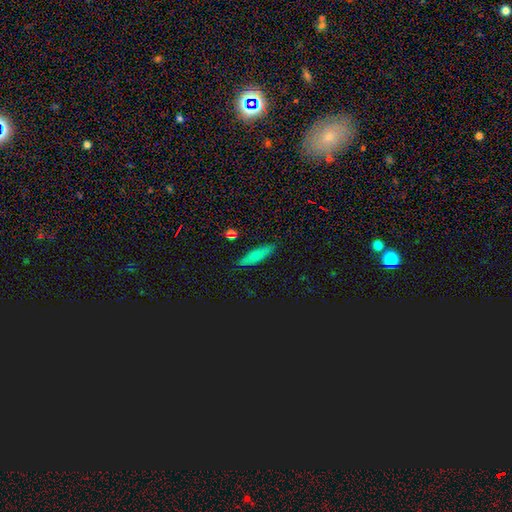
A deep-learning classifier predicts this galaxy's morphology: Smooth or featured: smooth — 62% (featured or disk — 19%)
How rounded: cigar-shaped — 59% (in between — 37%)
Merging: none — 86% (minor disturbance — 11%)